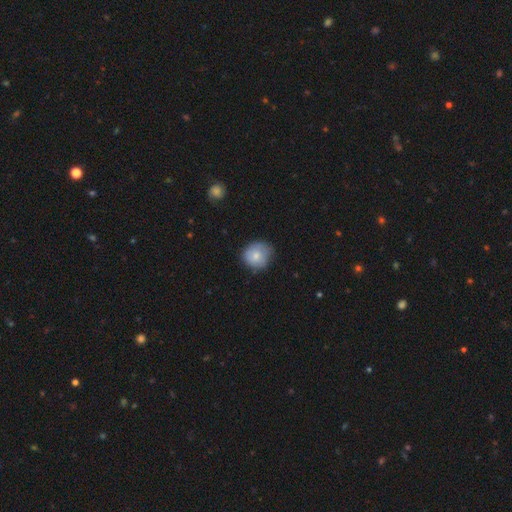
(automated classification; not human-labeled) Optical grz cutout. It shows a smooth galaxy with no disk features (76%) that is round (82%). Merging: none (65%).